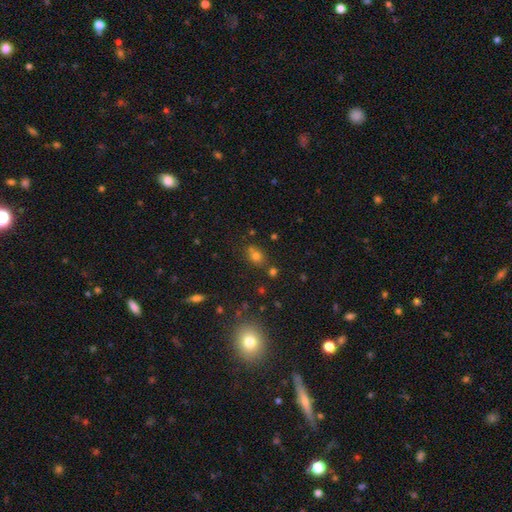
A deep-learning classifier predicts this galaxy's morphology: A smooth galaxy with no disk features (64%) that is round (55%). Merging: none (64%).